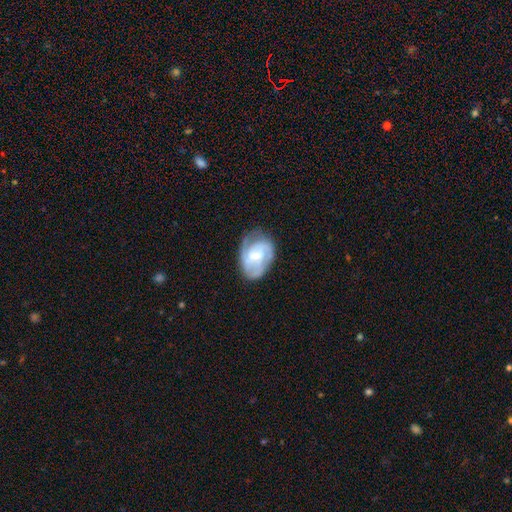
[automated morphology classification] Smooth or featured?
  - featured or disk: 74% *
  - smooth: 20%
  - star or artifact: 5%
Edge-on disk?
  - no: 97% *
  - yes: 3%
Bar?
  - weak: 52% *
  - no: 34%
  - strong: 14%
Spiral arms?
  - yes: 89% *
  - no: 11%
Spiral winding?
  - tight: 45% *
  - medium: 41%
  - loose: 14%
Spiral arm count?
  - 2: 42% *
  - can't tell: 27%
  - 3: 19%
  - 1: 7%
  - 4: 3%
  - more than 4: 3%
Bulge size?
  - moderate: 47% *
  - small: 40%
  - none: 6%
  - large: 5%
  - dominant: 1%
Merging?
  - none: 57% *
  - minor disturbance: 28%
  - major disturbance: 13%
  - merger: 2%